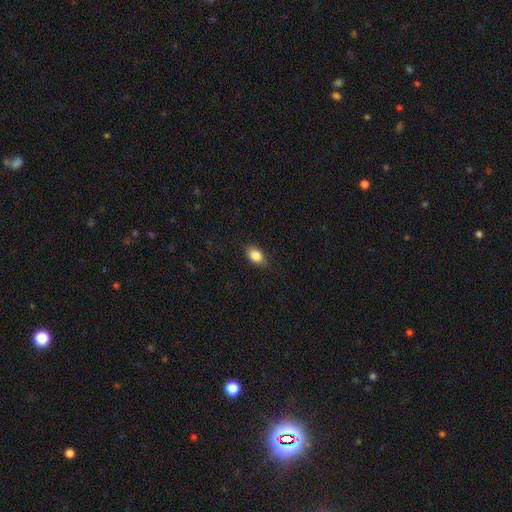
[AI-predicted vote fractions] A smooth galaxy with no disk features (85%) that is in between round and cigar-shaped (84%). Merging: none (86%).